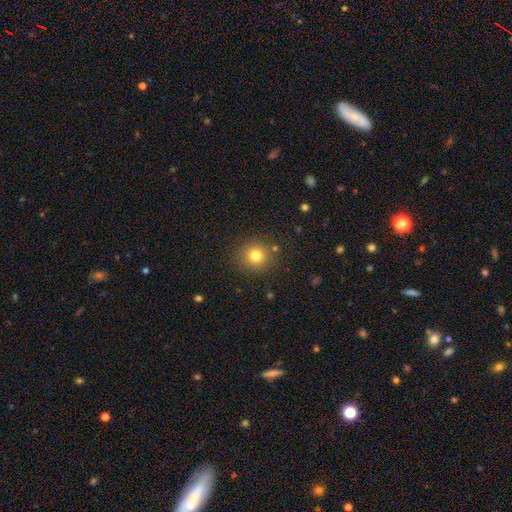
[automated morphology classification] This is likely a smooth galaxy (78%). How rounded: clearly round (92%). Merging: clearly none (86%).